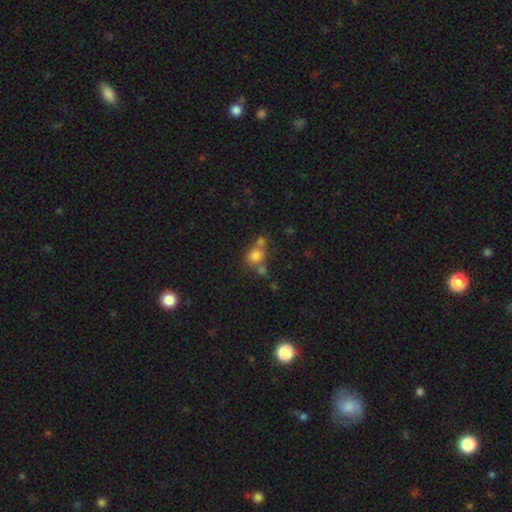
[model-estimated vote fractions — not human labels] Smooth or featured: smooth — 76% (star or artifact — 14%)
How rounded: round — 73% (in between — 26%)
Merging: none — 47% (merger — 37%)